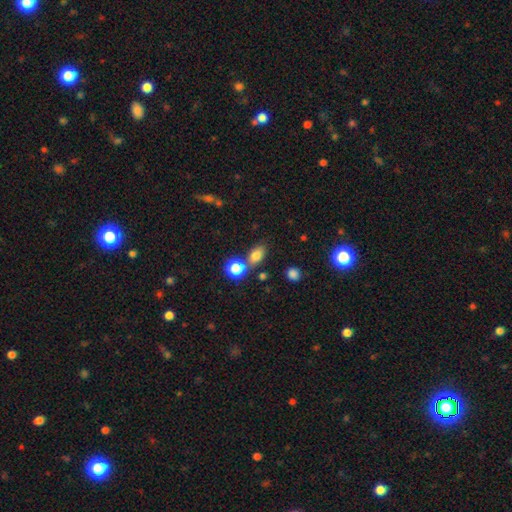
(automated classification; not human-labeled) smooth 79%, star or artifact 13%, featured or disk 8%. Down the decision tree: how rounded — in between (78%); merging — none (63%).